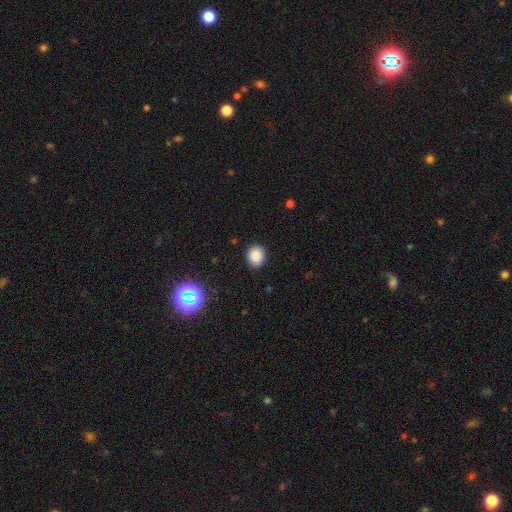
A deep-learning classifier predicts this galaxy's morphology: smooth 85%, star or artifact 11%, featured or disk 3%. Down the decision tree: how rounded — round (72%); merging — none (88%).